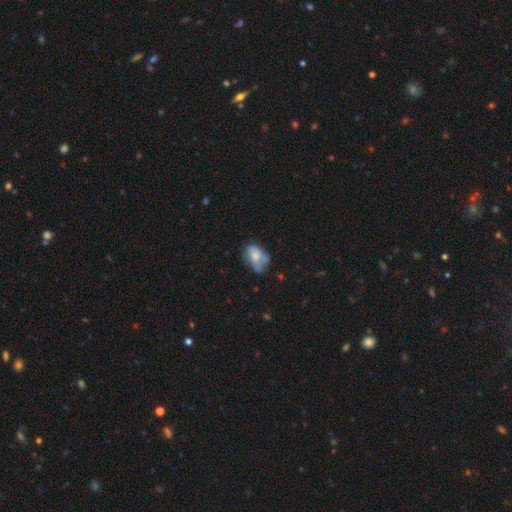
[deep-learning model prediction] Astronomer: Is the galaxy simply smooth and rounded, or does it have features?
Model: smooth — 58%.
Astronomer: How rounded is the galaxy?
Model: in between — 85%.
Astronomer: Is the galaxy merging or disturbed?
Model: none — 36% (runner-up: minor disturbance, 34%).